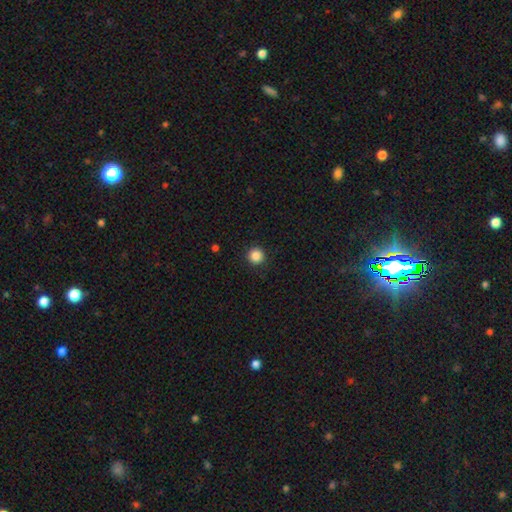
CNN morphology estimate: A smooth galaxy with no disk features (86%) that is round (96%). Merging: none (92%).